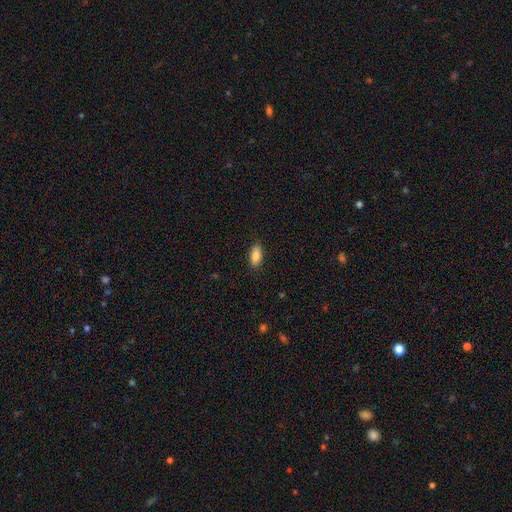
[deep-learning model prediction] Q: Smooth or featured?
A: smooth (84%); runner-up: featured or disk (9%)
Q: How rounded?
A: in between (86%); runner-up: cigar-shaped (11%)
Q: Merging?
A: none (86%); runner-up: minor disturbance (11%)